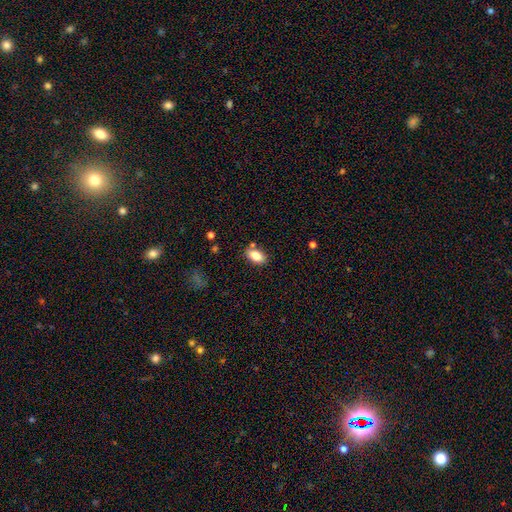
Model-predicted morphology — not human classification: smooth_or_featured: smooth (p=0.84) [alt: featured or disk p=0.08]
how_rounded: in between (p=0.90) [alt: round p=0.07]
merging: none (p=0.80) [alt: minor disturbance p=0.12]